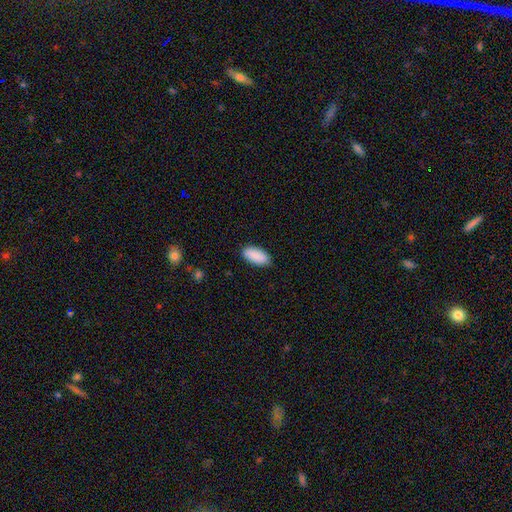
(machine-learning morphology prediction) smooth 90%, star or artifact 6%, featured or disk 4%. Down the decision tree: how rounded — in between (92%); merging — none (86%).